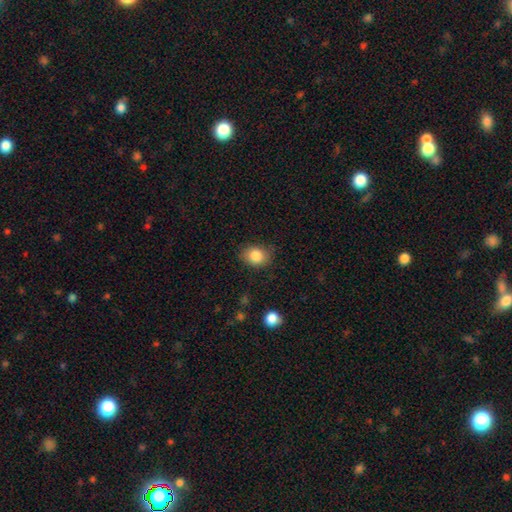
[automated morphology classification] Q: Smooth or featured?
A: smooth (85%); runner-up: star or artifact (9%)
Q: How rounded?
A: in between (51%); runner-up: round (48%)
Q: Merging?
A: none (80%); runner-up: minor disturbance (15%)